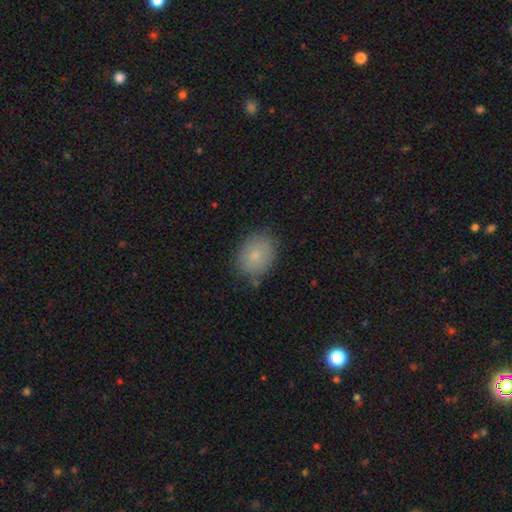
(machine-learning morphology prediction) The model was most divided on "how rounded": in between: 63%, round: 36%, cigar-shaped: 1%. More confident: smooth or featured — smooth (81%); merging — none (78%).